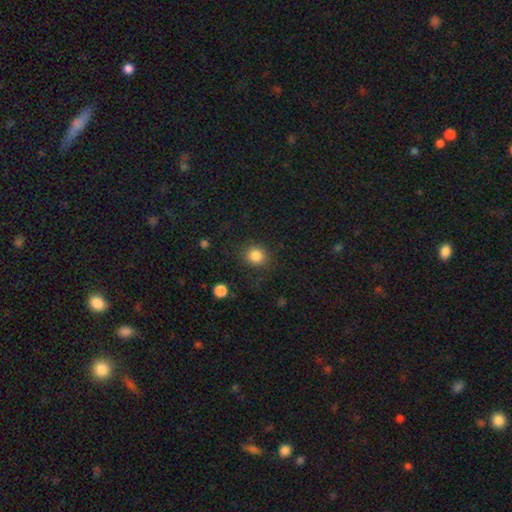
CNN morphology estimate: The model was most divided on "how rounded": round: 84%, in between: 15%, cigar-shaped: 1%. More confident: merging — none (86%); smooth or featured — smooth (85%).